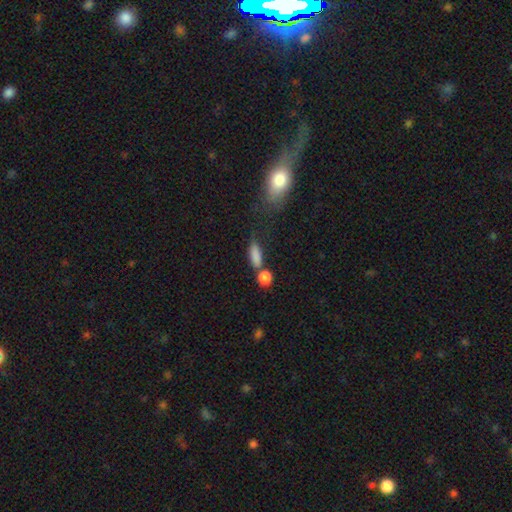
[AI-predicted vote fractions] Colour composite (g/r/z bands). It shows a smooth galaxy with no disk features (81%) that is in between round and cigar-shaped (53%). Merging: none (51%).